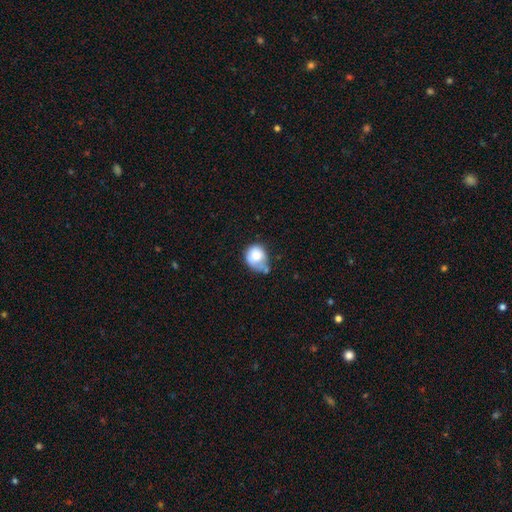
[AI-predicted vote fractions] smooth-or-featured: smooth: 77% | featured or disk: 14% | star or artifact: 8%
  how-rounded: round: 67% | in between: 33% | cigar-shaped: 1%
  merging: minor disturbance: 34% | none: 33% | merger: 19% | major disturbance: 13%